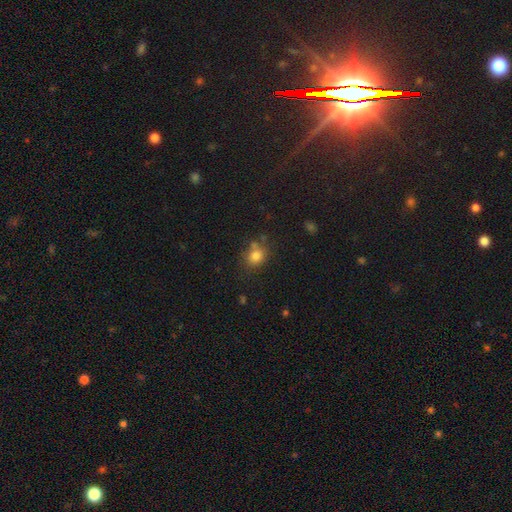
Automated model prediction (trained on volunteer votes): This is clearly a smooth galaxy (81%). How rounded: likely round (70%). Merging: likely none (69%).